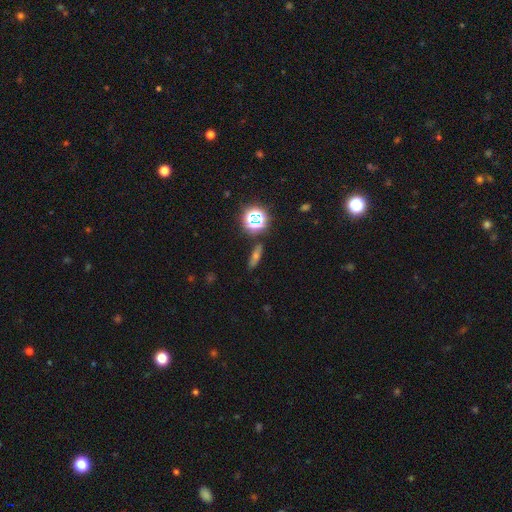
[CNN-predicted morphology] This is possibly a smooth galaxy (46%). Merging: clearly none (84%).